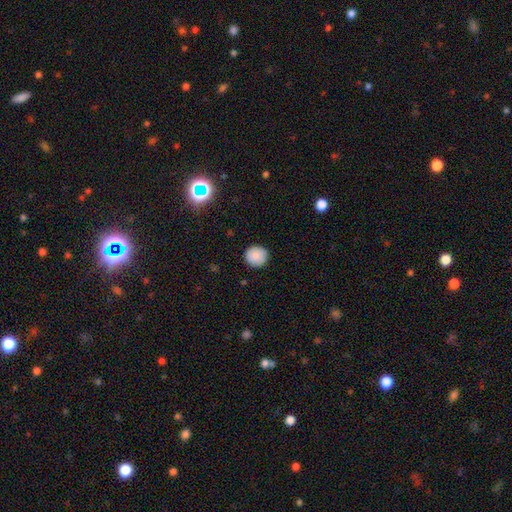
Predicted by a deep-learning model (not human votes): smooth-or-featured: smooth: 88% | star or artifact: 8% | featured or disk: 4%
  how-rounded: round: 94% | in between: 5% | cigar-shaped: 1%
  merging: none: 91% | minor disturbance: 6% | major disturbance: 2% | merger: 1%